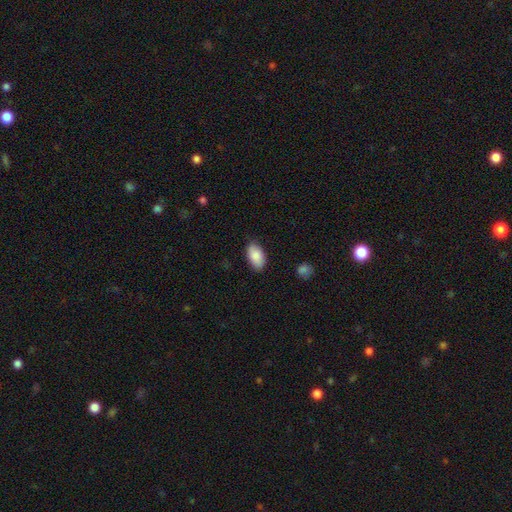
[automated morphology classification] type=smooth (87%); roundness=in between (94%); merging=none (84%).